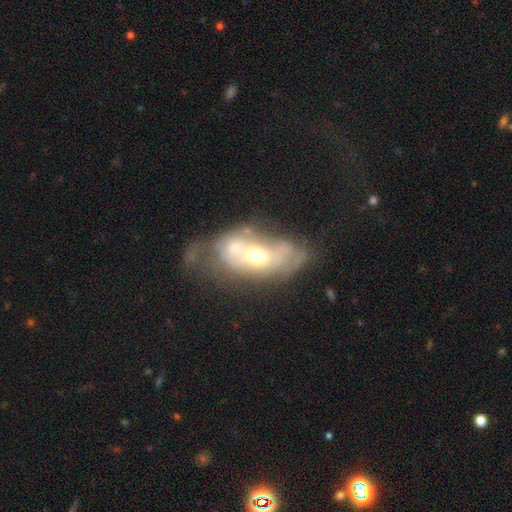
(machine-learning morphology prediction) A featured or disk galaxy (54%).

Vote fractions:
- Smooth or featured? featured or disk: 54% / smooth: 36% / star or artifact: 10%
- Edge-on disk? no: 91% / yes: 9%
- Merging? merger: 38% / major disturbance: 34% / minor disturbance: 14% / none: 14%